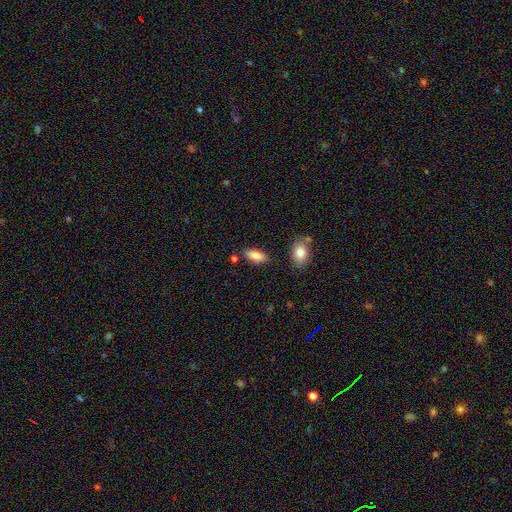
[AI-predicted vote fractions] The model was most divided on "how rounded": in between: 81%, cigar-shaped: 17%, round: 2%. More confident: smooth or featured — smooth (84%); merging — none (79%).